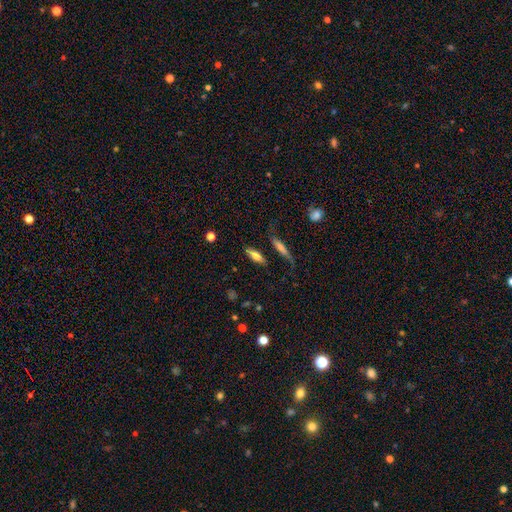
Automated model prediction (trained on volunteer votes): smooth_or_featured: smooth (p=0.67) [alt: featured or disk p=0.25]
how_rounded: in between (p=0.53) [alt: cigar-shaped p=0.44]
merging: none (p=0.79) [alt: minor disturbance p=0.13]